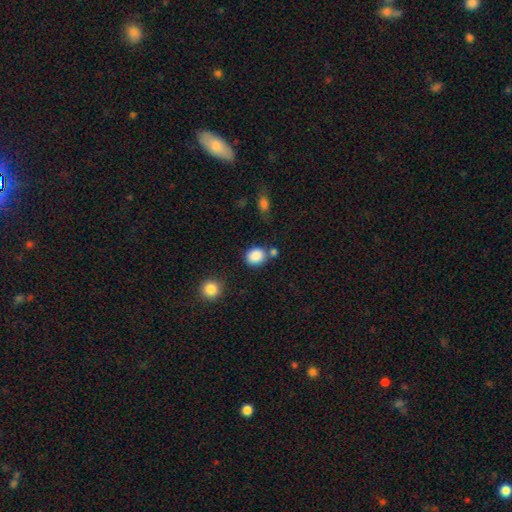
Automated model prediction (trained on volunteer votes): Smooth or featured? Predicted: smooth (p=0.87). How rounded? Predicted: round (p=0.63). Merging? Predicted: none (p=0.70).